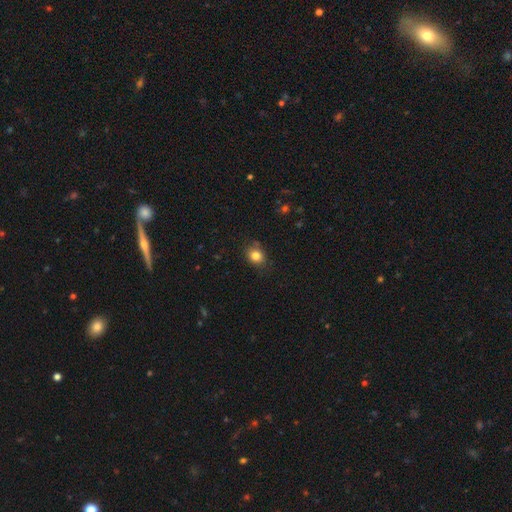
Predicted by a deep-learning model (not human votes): Smooth or featured? Predicted: smooth (p=0.82). How rounded? Predicted: round (p=0.53). Merging? Predicted: none (p=0.80).